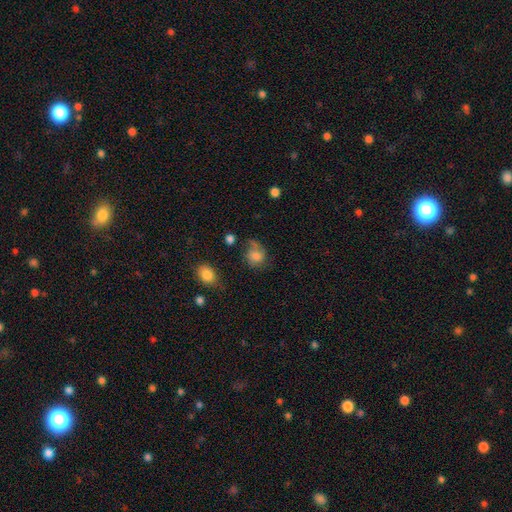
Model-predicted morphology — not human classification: type=smooth (70%); roundness=round (69%); merging=none (44%).